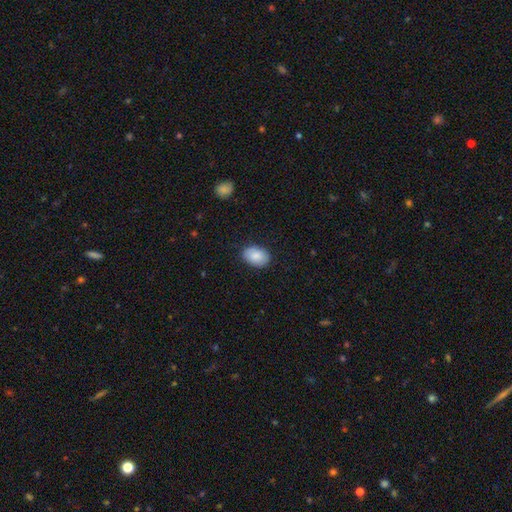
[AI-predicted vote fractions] Q: Smooth or featured?
A: smooth (87%); runner-up: featured or disk (7%)
Q: How rounded?
A: in between (85%); runner-up: round (14%)
Q: Merging?
A: none (85%); runner-up: minor disturbance (11%)